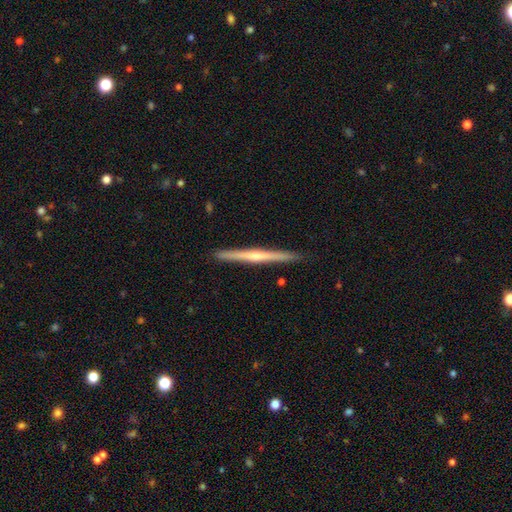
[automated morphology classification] featured or disk 66%, smooth 29%, star or artifact 5%. Down the decision tree: edge-on disk — yes (98%); edge-on bulge — rounded (55%); merging — none (91%).